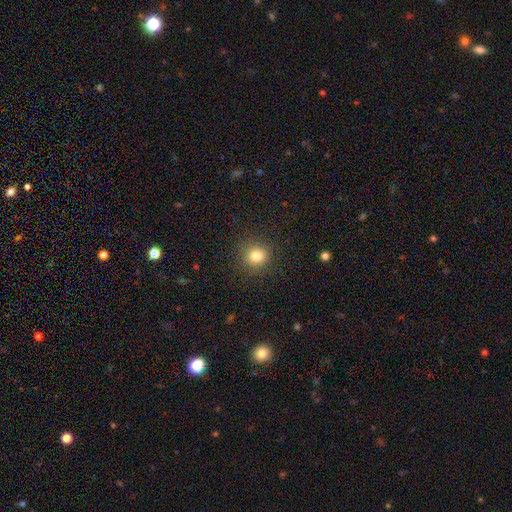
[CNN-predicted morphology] smooth 81%, star or artifact 13%, featured or disk 6%. Down the decision tree: how rounded — round (87%); merging — none (88%).